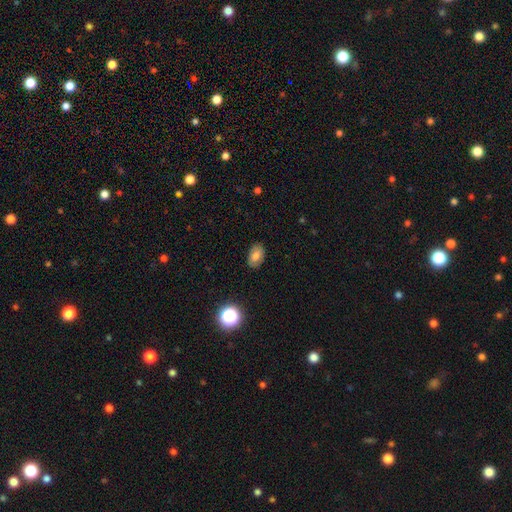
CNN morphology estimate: Smooth or featured? Predicted: smooth (p=0.70). How rounded? Predicted: in between (p=0.87). Merging? Predicted: none (p=0.86).